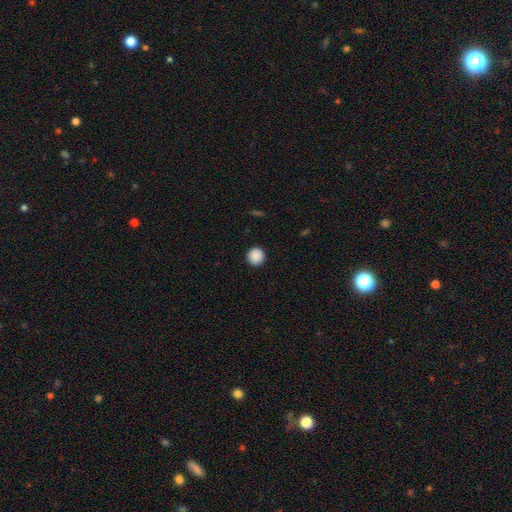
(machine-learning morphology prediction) Smooth or featured?
  - smooth: 89% *
  - star or artifact: 8%
  - featured or disk: 2%
How rounded?
  - round: 94% *
  - in between: 5%
  - cigar-shaped: 1%
Merging?
  - none: 92% *
  - minor disturbance: 5%
  - major disturbance: 2%
  - merger: 1%